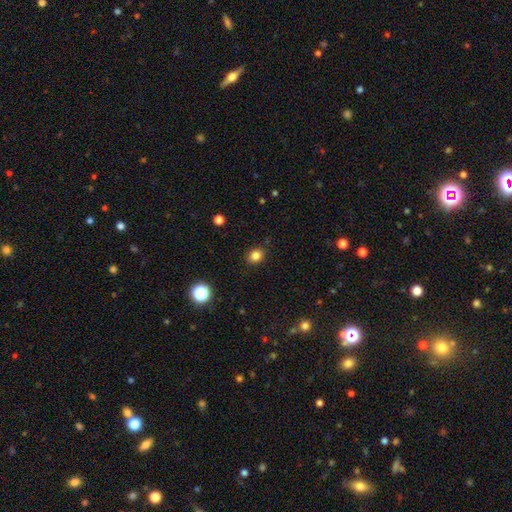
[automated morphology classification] type=smooth (83%); roundness=round (62%); merging=none (88%).